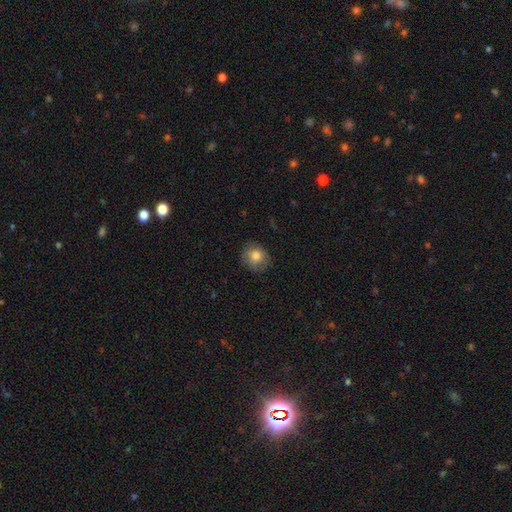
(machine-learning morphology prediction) smooth-or-featured: smooth: 80% | featured or disk: 11% | star or artifact: 9%
  how-rounded: round: 78% | in between: 21% | cigar-shaped: 1%
  merging: none: 78% | minor disturbance: 17% | major disturbance: 4% | merger: 1%